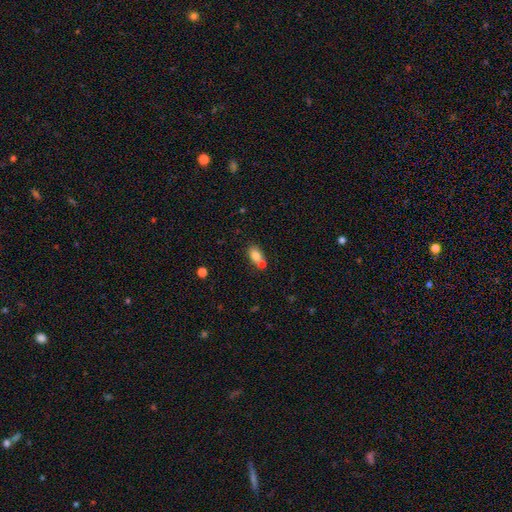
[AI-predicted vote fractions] Smooth or featured?
  - smooth: 78% *
  - featured or disk: 12%
  - star or artifact: 10%
How rounded?
  - in between: 73% *
  - round: 24%
  - cigar-shaped: 2%
Merging?
  - merger: 48% *
  - none: 38%
  - minor disturbance: 10%
  - major disturbance: 4%